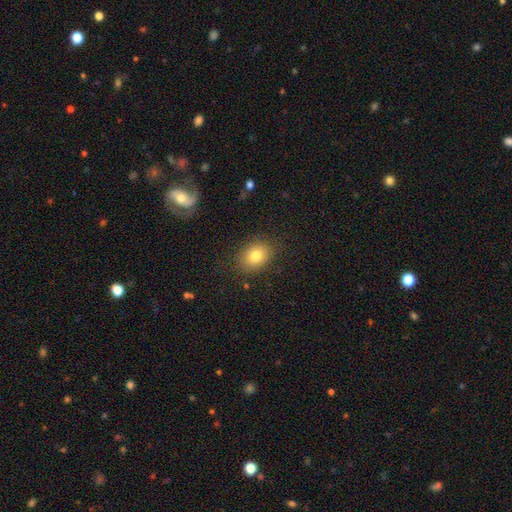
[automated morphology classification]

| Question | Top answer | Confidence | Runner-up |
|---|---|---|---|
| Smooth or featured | smooth | 80% | featured or disk (10%) |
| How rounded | in between | 66% | round (33%) |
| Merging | none | 84% | minor disturbance (11%) |